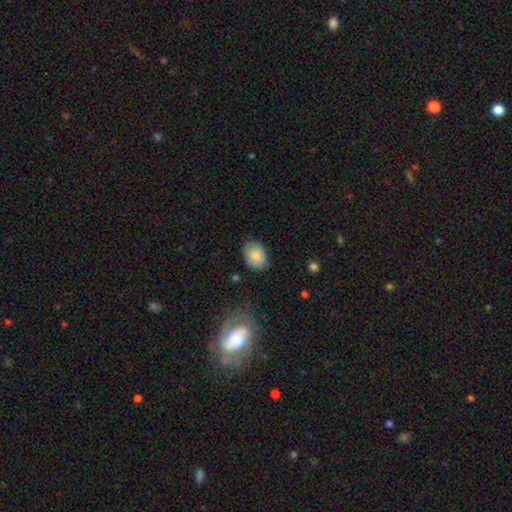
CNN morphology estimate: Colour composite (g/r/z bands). It shows a smooth galaxy with no disk features (83%) that is in between round and cigar-shaped (80%). Merging: none (79%).